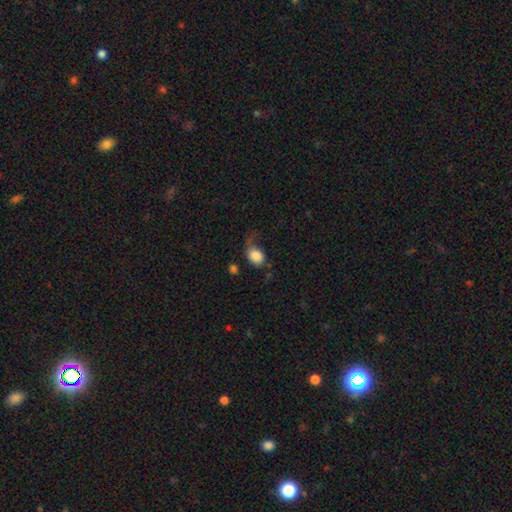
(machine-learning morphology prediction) Overall: smooth (82%). How rounded: in between (55%; round 44%). Merging: none (37%; major disturbance 30%).